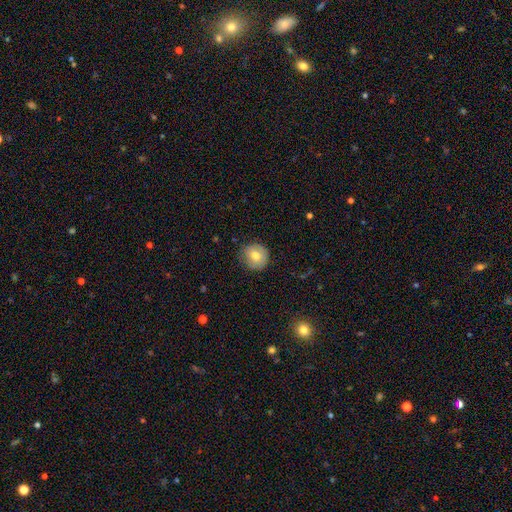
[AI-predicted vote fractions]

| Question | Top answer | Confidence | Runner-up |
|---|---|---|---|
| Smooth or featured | smooth | 74% | featured or disk (18%) |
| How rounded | round | 86% | in between (13%) |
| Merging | none | 78% | minor disturbance (17%) |